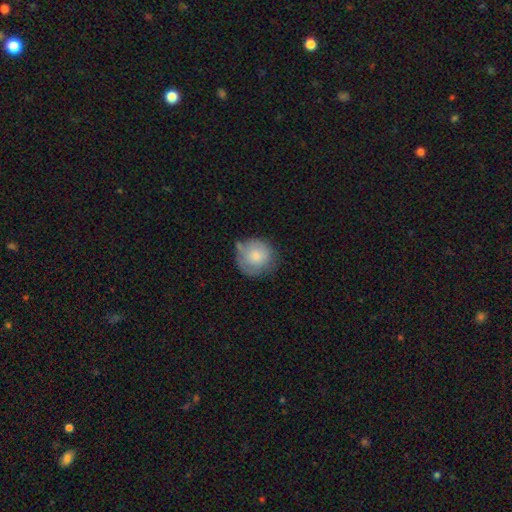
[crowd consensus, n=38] This is clearly a smooth galaxy (84%). How rounded: clearly round (100%). Merging: likely none (62%).